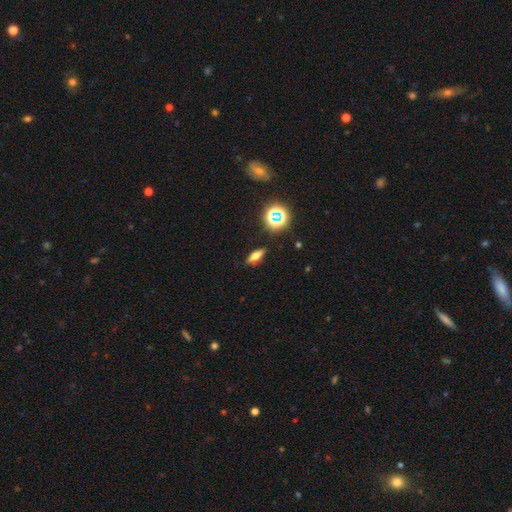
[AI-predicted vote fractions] Smooth or featured? smooth (55%)
How rounded? in between (50%)
Merging? none (87%)